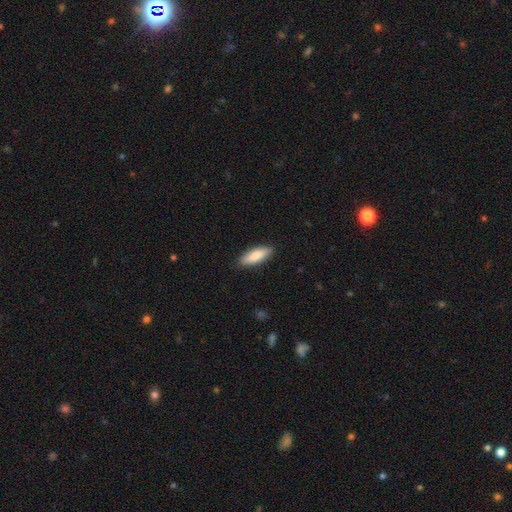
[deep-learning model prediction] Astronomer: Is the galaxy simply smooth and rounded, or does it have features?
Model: smooth — 83%.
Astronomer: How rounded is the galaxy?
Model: in between — 54% (runner-up: cigar-shaped, 44%).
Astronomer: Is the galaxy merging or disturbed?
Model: none — 89%.